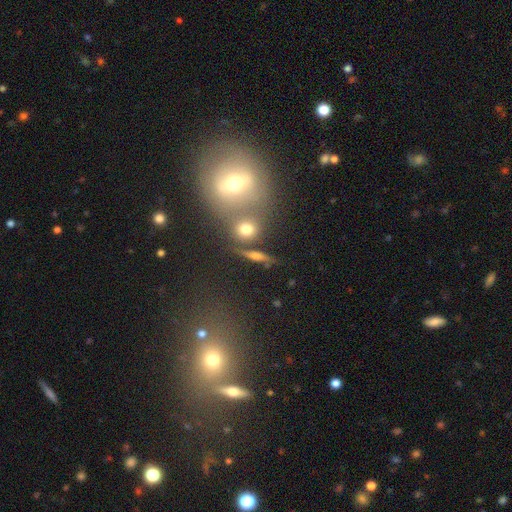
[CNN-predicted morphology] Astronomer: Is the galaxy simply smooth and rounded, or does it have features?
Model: smooth — 46% (runner-up: featured or disk, 34%).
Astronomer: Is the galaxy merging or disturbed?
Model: none — 66%.